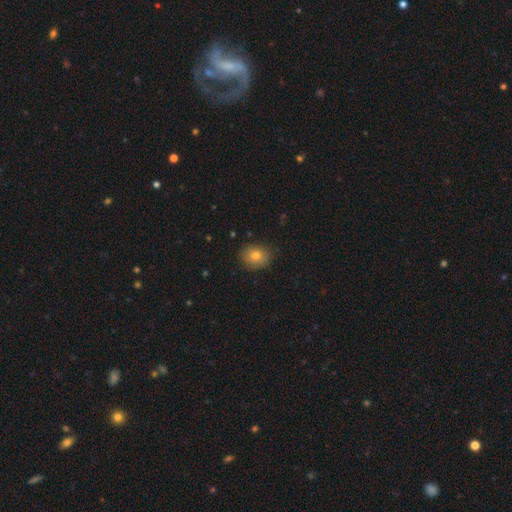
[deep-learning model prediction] Morphology: type=smooth (77%); roundness=round (70%); merging=none (86%).